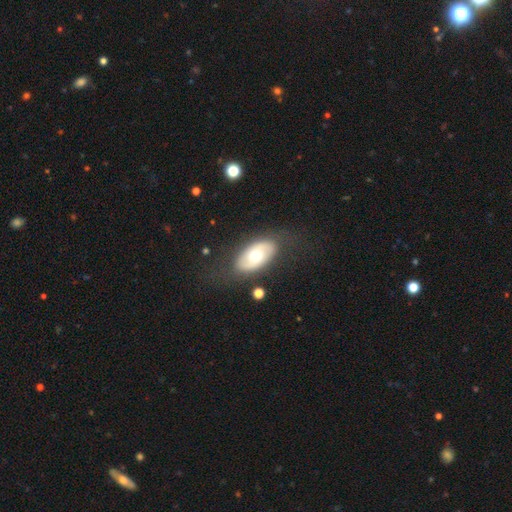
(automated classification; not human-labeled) Morphology: type=smooth (51%); roundness=in between (91%); merging=none (76%).